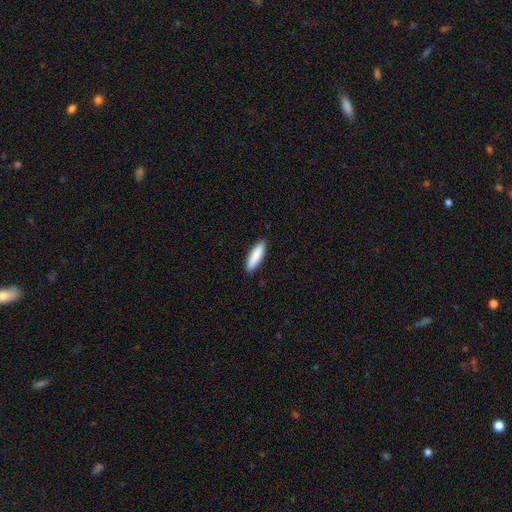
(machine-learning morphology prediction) Q: Smooth or featured?
A: smooth (88%); runner-up: featured or disk (7%)
Q: How rounded?
A: cigar-shaped (63%); runner-up: in between (36%)
Q: Merging?
A: none (90%); runner-up: minor disturbance (7%)